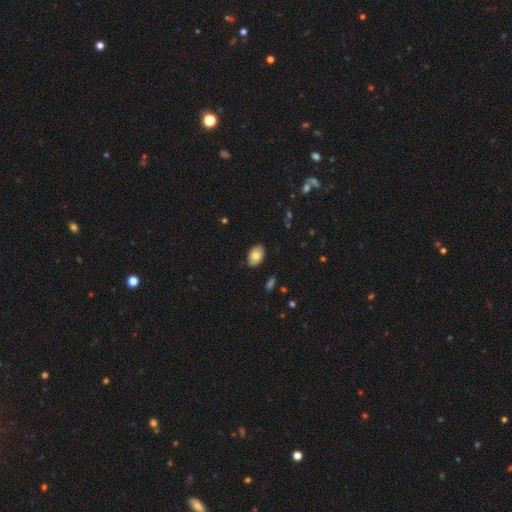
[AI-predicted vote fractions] The model was most divided on "smooth or featured": smooth: 82%, featured or disk: 11%, star or artifact: 7%. More confident: how rounded — in between (91%); merging — none (84%).